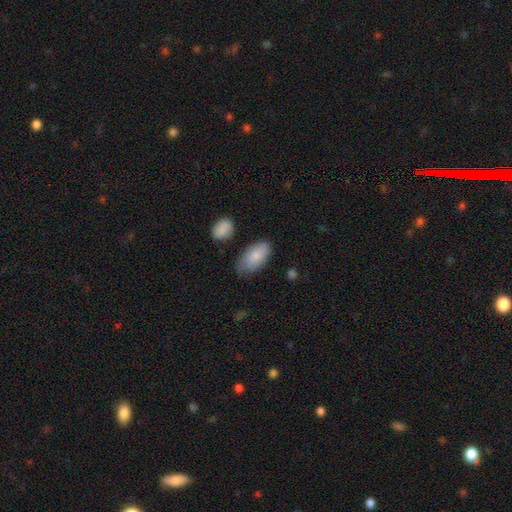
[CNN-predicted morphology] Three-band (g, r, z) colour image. It shows a smooth galaxy with no disk features (85%) that is in between round and cigar-shaped (94%). Merging: none (64%).